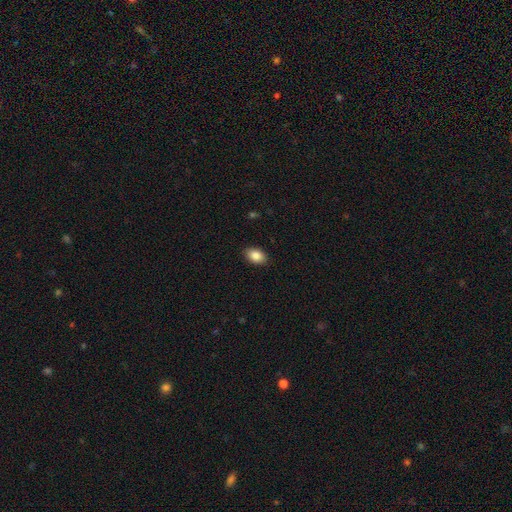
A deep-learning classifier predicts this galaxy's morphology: Smooth or featured? smooth (87%)
How rounded? in between (86%)
Merging? none (89%)